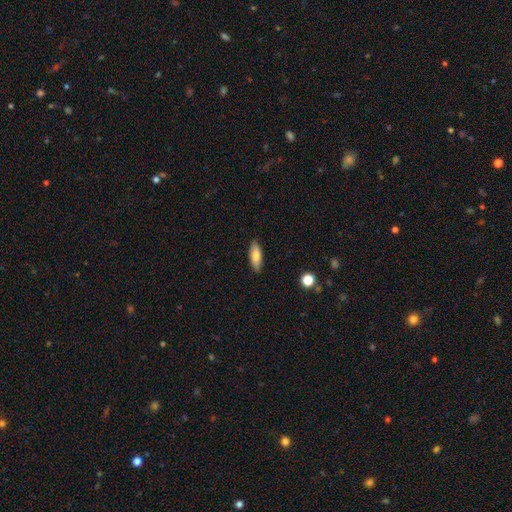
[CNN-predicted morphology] This is likely a smooth galaxy (74%). How rounded: likely in between (66%). Merging: clearly none (88%).